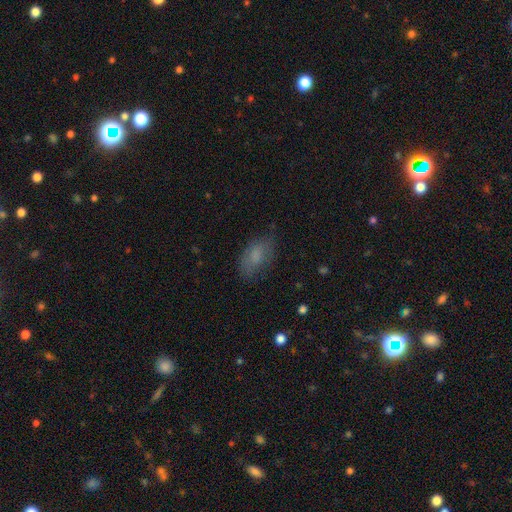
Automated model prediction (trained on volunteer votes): smooth-or-featured: smooth: 73% | featured or disk: 17% | star or artifact: 10%
  how-rounded: in between: 90% | round: 7% | cigar-shaped: 3%
  merging: none: 70% | minor disturbance: 21% | major disturbance: 8% | merger: 1%